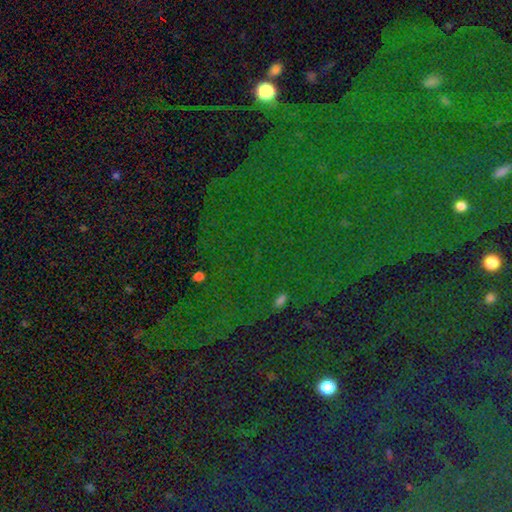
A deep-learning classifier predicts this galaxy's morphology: type=star or artifact (84%).